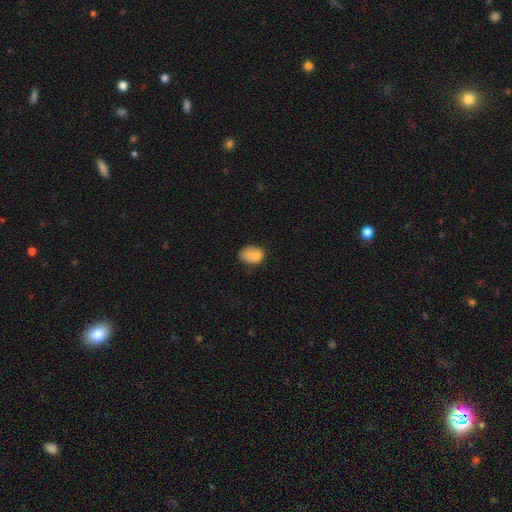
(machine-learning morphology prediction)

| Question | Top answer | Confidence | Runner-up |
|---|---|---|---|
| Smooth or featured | smooth | 78% | featured or disk (13%) |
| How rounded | in between | 73% | round (26%) |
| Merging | none | 45% | minor disturbance (27%) |